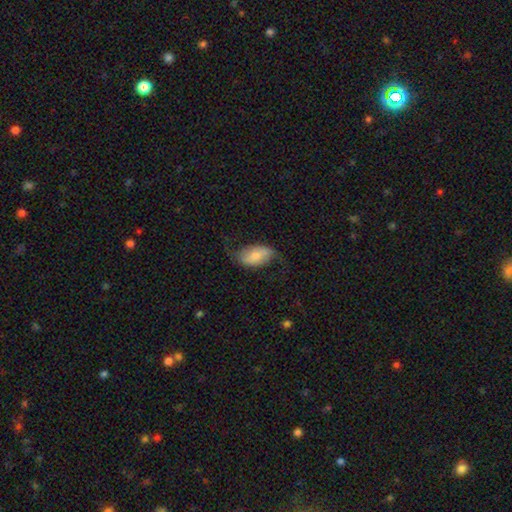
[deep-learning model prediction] Q: Smooth or featured?
A: featured or disk (48%); runner-up: smooth (45%)
Q: Merging?
A: none (62%); runner-up: minor disturbance (23%)